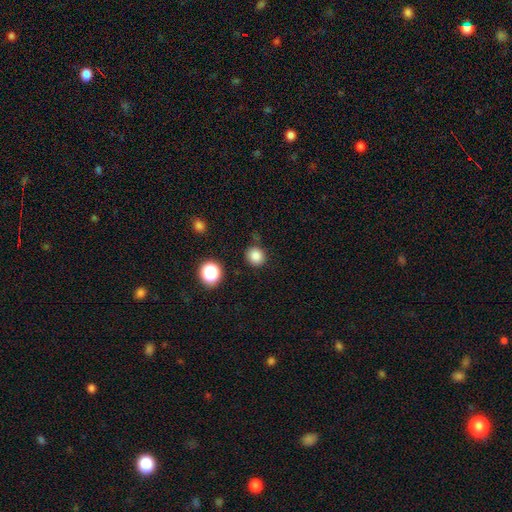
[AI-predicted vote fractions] This is clearly a smooth galaxy (83%). How rounded: clearly round (86%). Merging: clearly none (84%).